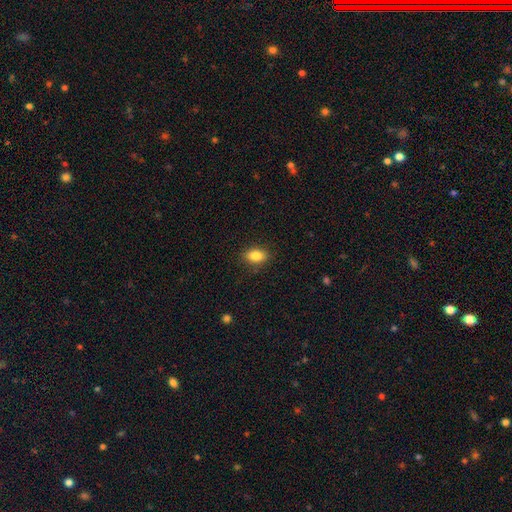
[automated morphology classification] A smooth galaxy with no disk features (84%) that is in between round and cigar-shaped (85%).

Vote fractions:
- Smooth or featured? smooth: 84% / star or artifact: 9% / featured or disk: 7%
- How rounded? in between: 85% / round: 13% / cigar-shaped: 3%
- Merging? none: 87% / minor disturbance: 10% / major disturbance: 2% / merger: 1%